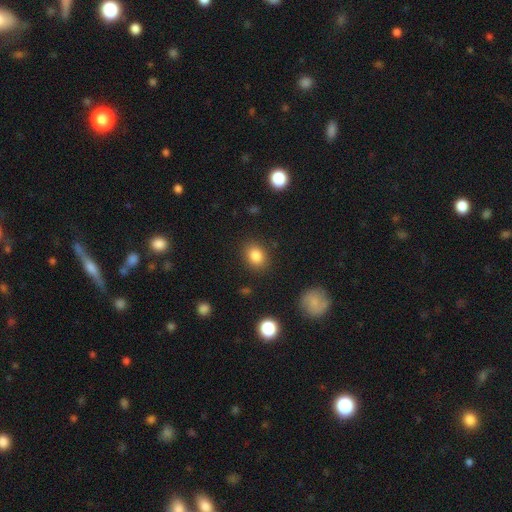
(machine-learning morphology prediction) This appears to be a smooth galaxy with no disk features (85%) that is in between round and cigar-shaped (51%). Merging: none (87%).